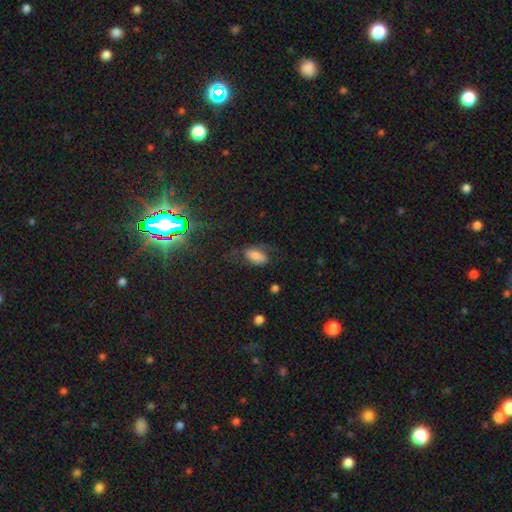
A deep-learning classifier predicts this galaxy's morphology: Q: Smooth or featured?
A: smooth (64%); runner-up: featured or disk (25%)
Q: How rounded?
A: in between (91%); runner-up: round (5%)
Q: Merging?
A: none (53%); runner-up: minor disturbance (23%)